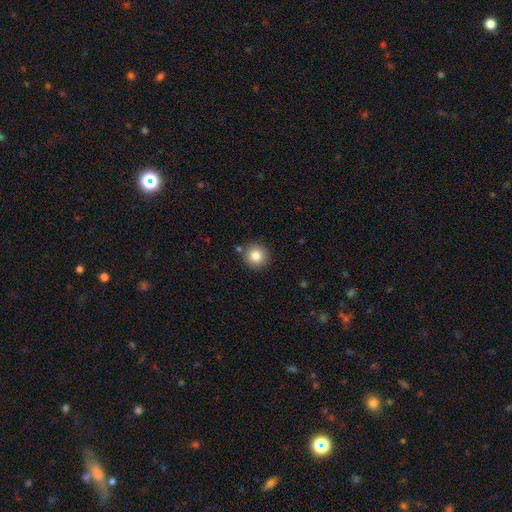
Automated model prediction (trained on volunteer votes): The model was most divided on "smooth or featured": smooth: 84%, star or artifact: 10%, featured or disk: 6%. More confident: how rounded — round (94%); merging — none (86%).